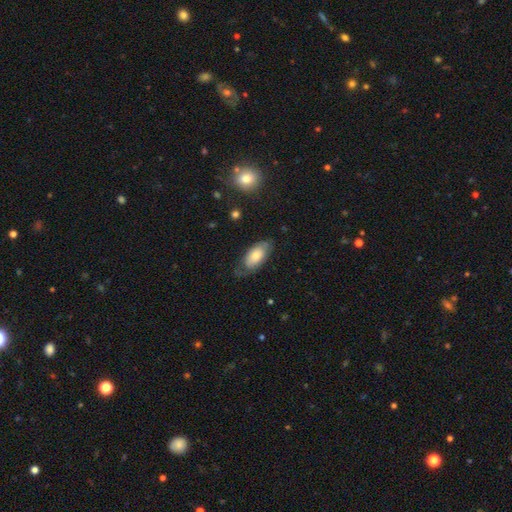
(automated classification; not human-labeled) Smooth or featured?
  - smooth: 68% *
  - featured or disk: 25%
  - star or artifact: 7%
How rounded?
  - in between: 92% *
  - cigar-shaped: 6%
  - round: 3%
Merging?
  - none: 64% *
  - minor disturbance: 26%
  - major disturbance: 9%
  - merger: 2%